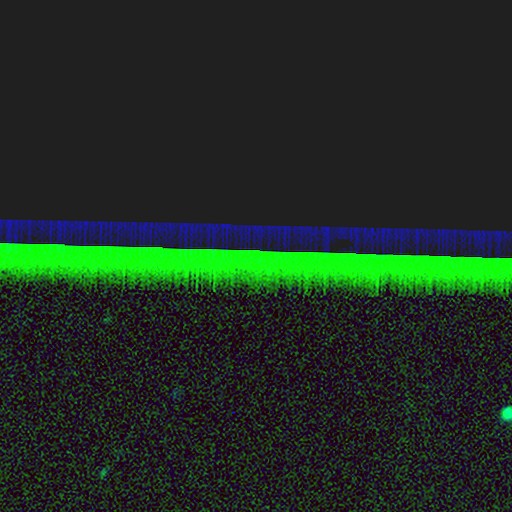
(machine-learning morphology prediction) A star or artifact, not a galaxy (87%).